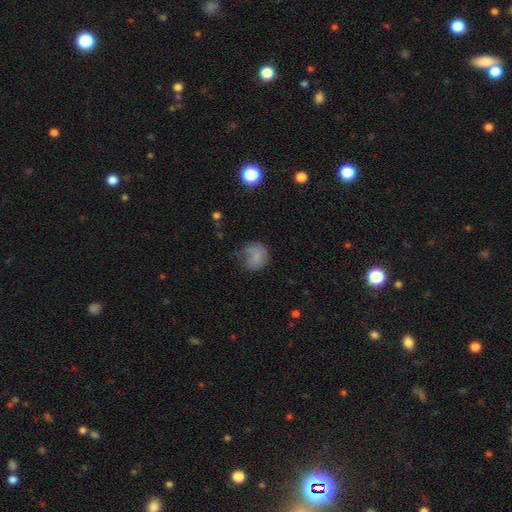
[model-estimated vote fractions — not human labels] Overall: smooth (66%). How rounded: round (74%). Merging: none (43%; minor disturbance 29%).